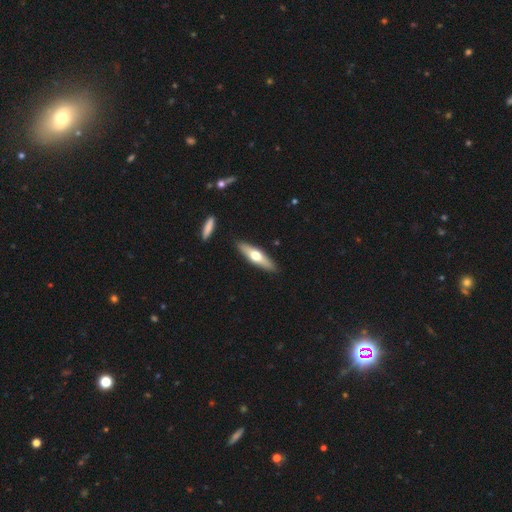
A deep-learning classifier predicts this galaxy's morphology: Overall: featured or disk (49%; smooth 46%). Merging: none (89%).